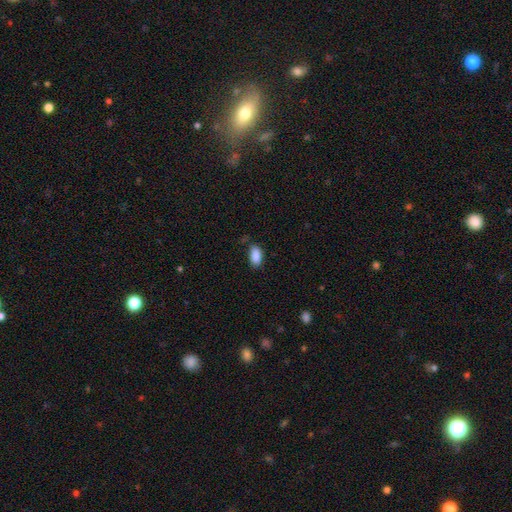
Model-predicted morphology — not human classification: A smooth galaxy with no disk features (89%) that is in between round and cigar-shaped (93%).

Vote fractions:
- Smooth or featured? smooth: 89% / star or artifact: 7% / featured or disk: 4%
- How rounded? in between: 93% / cigar-shaped: 4% / round: 3%
- Merging? none: 80% / minor disturbance: 15% / major disturbance: 3% / merger: 2%